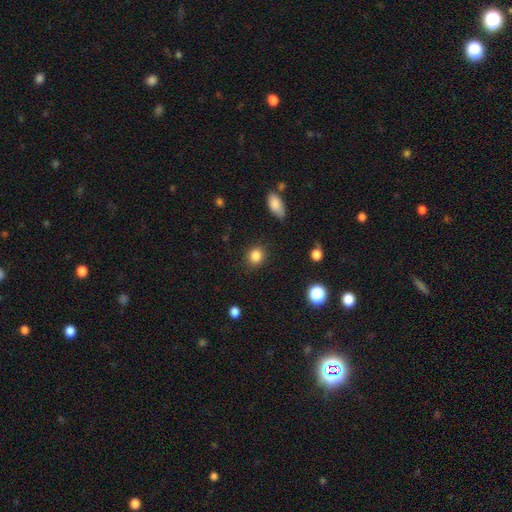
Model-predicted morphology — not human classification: This is clearly a smooth galaxy (86%). How rounded: likely round (78%). Merging: clearly none (87%).